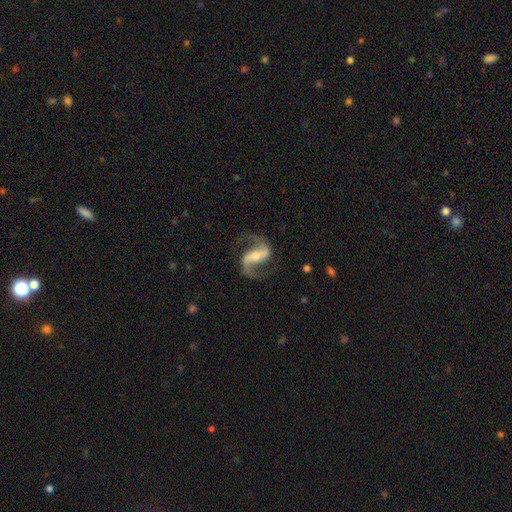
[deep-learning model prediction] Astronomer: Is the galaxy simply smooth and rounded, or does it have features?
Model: featured or disk — 91%.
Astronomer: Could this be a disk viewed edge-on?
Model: no — 97%.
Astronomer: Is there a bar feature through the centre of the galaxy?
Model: strong — 57%.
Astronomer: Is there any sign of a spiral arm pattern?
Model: yes — 97%.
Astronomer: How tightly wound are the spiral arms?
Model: medium — 46% (runner-up: loose, 44%).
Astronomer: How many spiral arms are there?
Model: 2 — 94%.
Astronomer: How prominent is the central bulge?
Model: moderate — 46%, tied with small at 46%.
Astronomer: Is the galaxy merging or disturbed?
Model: none — 79%.